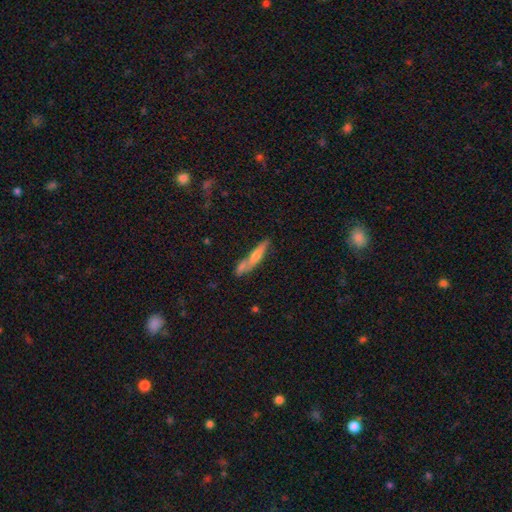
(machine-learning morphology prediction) Smooth or featured?
  - smooth: 52% *
  - featured or disk: 41%
  - star or artifact: 7%
How rounded?
  - cigar-shaped: 87% *
  - in between: 11%
  - round: 2%
Merging?
  - none: 54% *
  - merger: 24%
  - minor disturbance: 17%
  - major disturbance: 6%